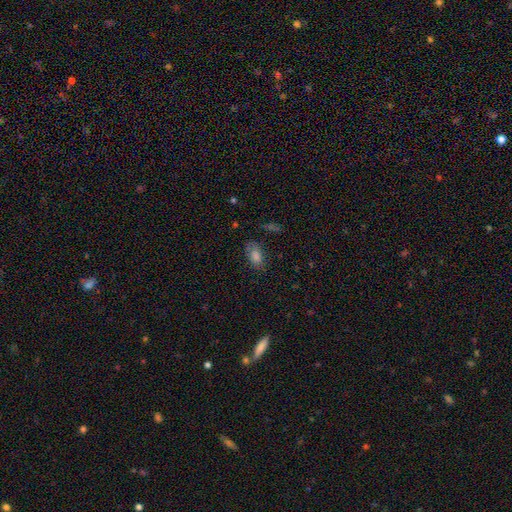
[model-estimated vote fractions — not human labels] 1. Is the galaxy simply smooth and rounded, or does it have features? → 73% smooth, 15% star or artifact, 12% featured or disk.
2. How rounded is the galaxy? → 87% in between, 9% round, 4% cigar-shaped.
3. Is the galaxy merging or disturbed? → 75% none, 17% minor disturbance, 5% major disturbance, 2% merger.